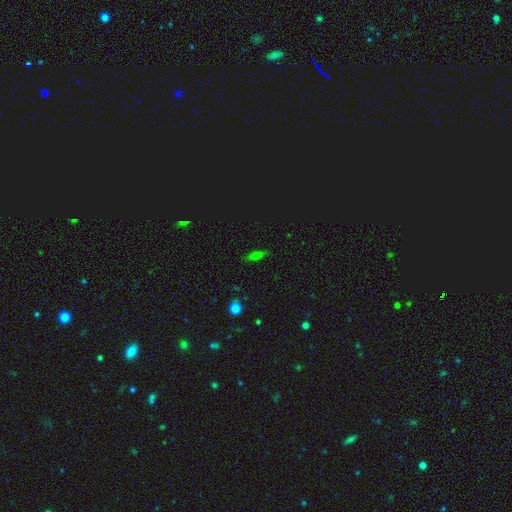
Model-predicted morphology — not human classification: Overall: smooth (54%; star or artifact 25%). How rounded: in between (55%; cigar-shaped 37%). Merging: none (83%).